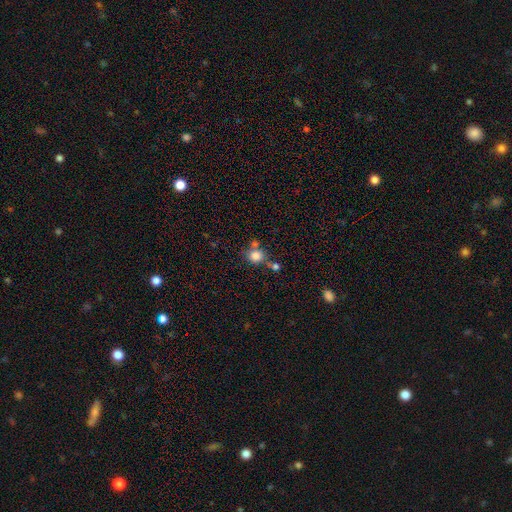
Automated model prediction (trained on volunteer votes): Smooth or featured? Predicted: smooth (p=0.81). How rounded? Predicted: round (p=0.86). Merging? Predicted: none (p=0.55).